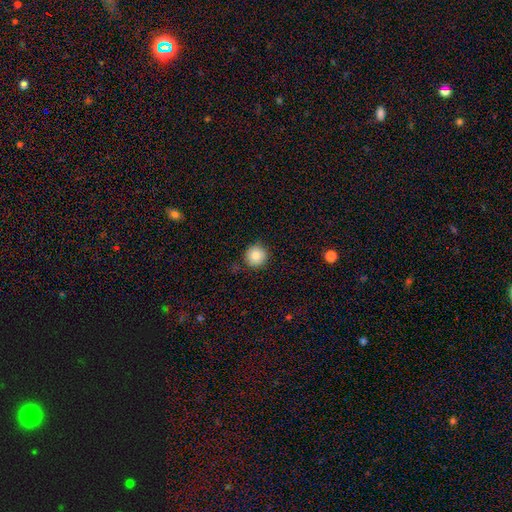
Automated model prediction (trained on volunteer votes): smooth 84%, star or artifact 9%, featured or disk 7%. Down the decision tree: how rounded — round (95%); merging — none (87%).